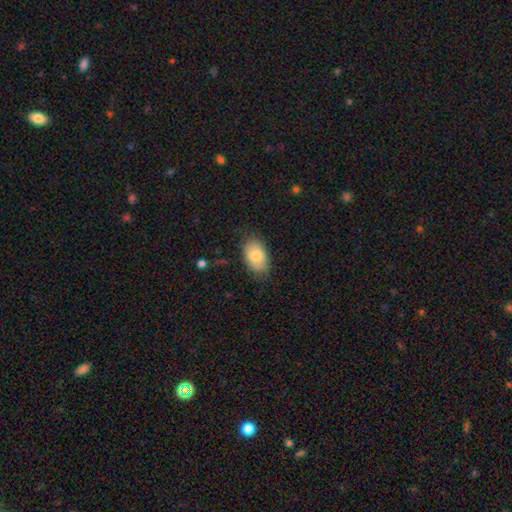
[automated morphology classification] A smooth galaxy with no disk features (80%) that is in between round and cigar-shaped (92%).

Vote fractions:
- Smooth or featured? smooth: 80% / featured or disk: 14% / star or artifact: 6%
- How rounded? in between: 92% / round: 7% / cigar-shaped: 1%
- Merging? none: 75% / minor disturbance: 20% / major disturbance: 4% / merger: 1%